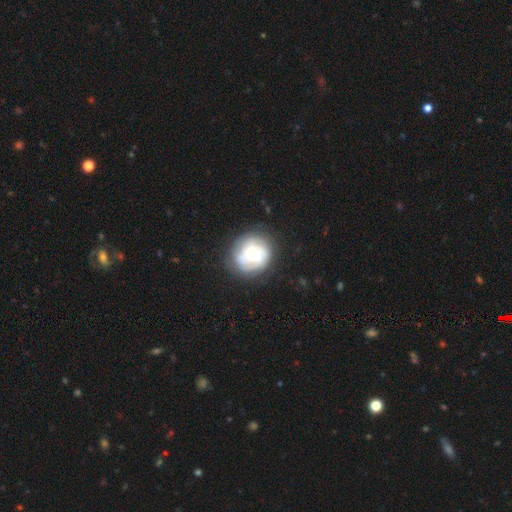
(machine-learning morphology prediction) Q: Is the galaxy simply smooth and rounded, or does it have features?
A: featured or disk — 60%.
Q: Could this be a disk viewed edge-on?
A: no — 97%.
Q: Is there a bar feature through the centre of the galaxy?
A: weak — 46%.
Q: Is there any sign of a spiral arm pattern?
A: yes — 71%.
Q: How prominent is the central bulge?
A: moderate — 61%.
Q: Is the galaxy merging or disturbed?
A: none — 72%.